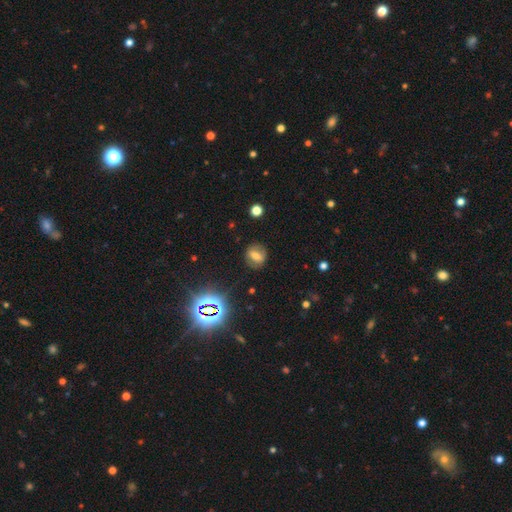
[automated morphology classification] smooth_or_featured: smooth (p=0.51) [alt: featured or disk p=0.30]
how_rounded: round (p=0.53) [alt: in between p=0.44]
merging: none (p=0.81) [alt: minor disturbance p=0.12]